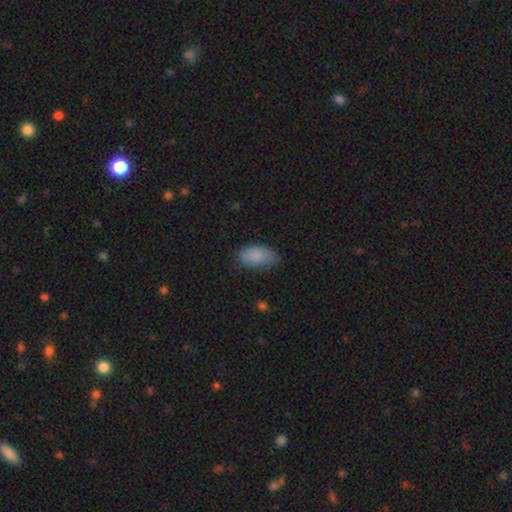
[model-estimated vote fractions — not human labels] smooth_or_featured: smooth (p=0.86) [alt: featured or disk p=0.07]
how_rounded: in between (p=0.93) [alt: cigar-shaped p=0.04]
merging: none (p=0.69) [alt: minor disturbance p=0.25]